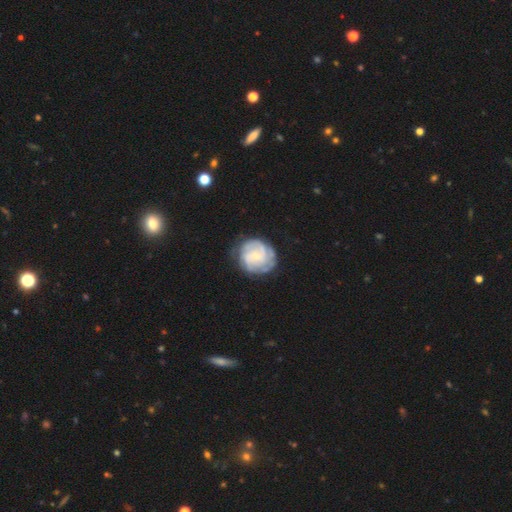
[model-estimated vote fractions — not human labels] Overall: featured or disk (76%). Edge-on disk: no (98%). Bar: no (57%; weak 37%). Spiral arms: yes (92%). Spiral arm count: can't tell (37%; 2 24%). Spiral winding: tight (62%; medium 30%). Bulge size: small (70%). Merging: none (73%).